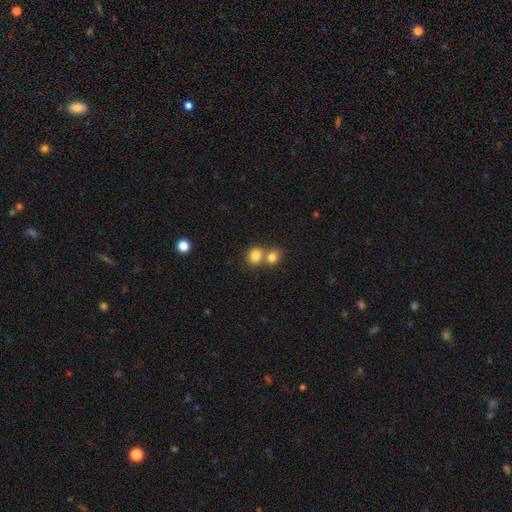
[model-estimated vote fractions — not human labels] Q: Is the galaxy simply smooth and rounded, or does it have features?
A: smooth — 83%.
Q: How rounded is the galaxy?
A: round — 67%.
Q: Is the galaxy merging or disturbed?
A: merger — 49%.